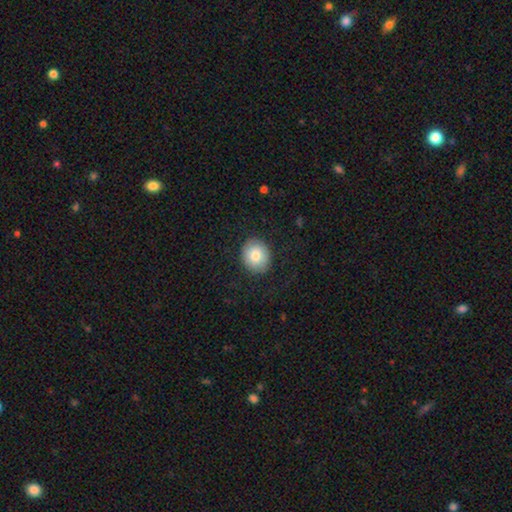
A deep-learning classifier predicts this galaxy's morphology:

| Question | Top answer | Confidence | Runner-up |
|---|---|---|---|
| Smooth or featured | smooth | 80% | featured or disk (12%) |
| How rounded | round | 70% | in between (29%) |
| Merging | none | 87% | minor disturbance (9%) |